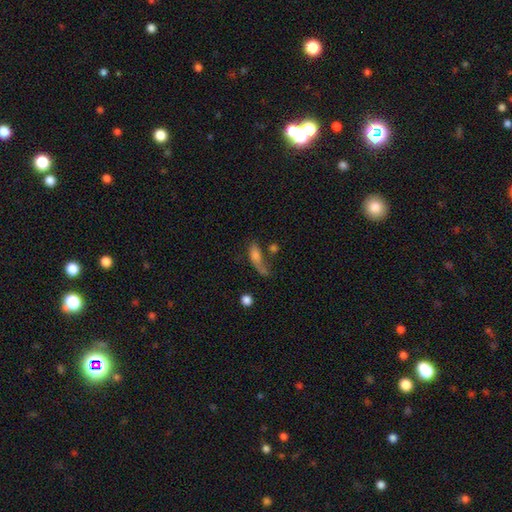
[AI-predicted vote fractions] Smooth or featured?
  - smooth: 57% *
  - featured or disk: 28%
  - star or artifact: 15%
How rounded?
  - in between: 60% *
  - cigar-shaped: 32%
  - round: 9%
Merging?
  - major disturbance: 34% *
  - none: 30%
  - minor disturbance: 18%
  - merger: 18%